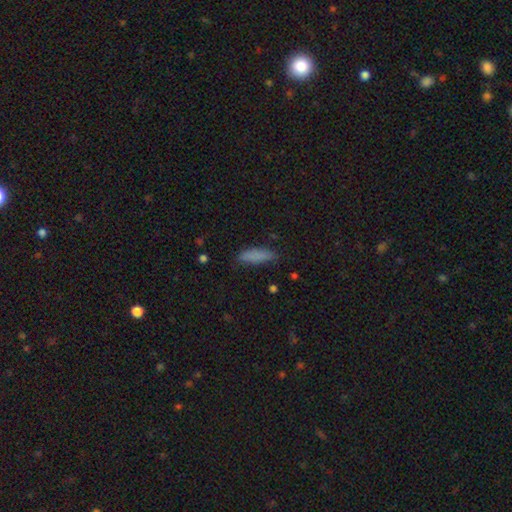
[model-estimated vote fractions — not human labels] This appears to be a smooth galaxy with no disk features (84%) that is cigar-shaped (61%). Merging: none (79%).